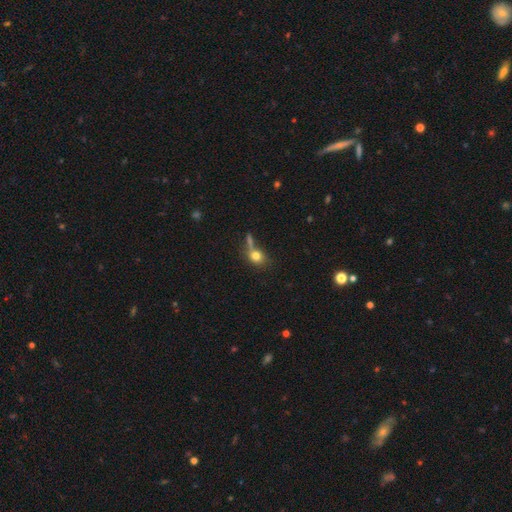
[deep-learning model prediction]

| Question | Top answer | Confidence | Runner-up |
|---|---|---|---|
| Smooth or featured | smooth | 77% | featured or disk (12%) |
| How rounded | round | 56% | in between (41%) |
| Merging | none | 44% | merger (30%) |